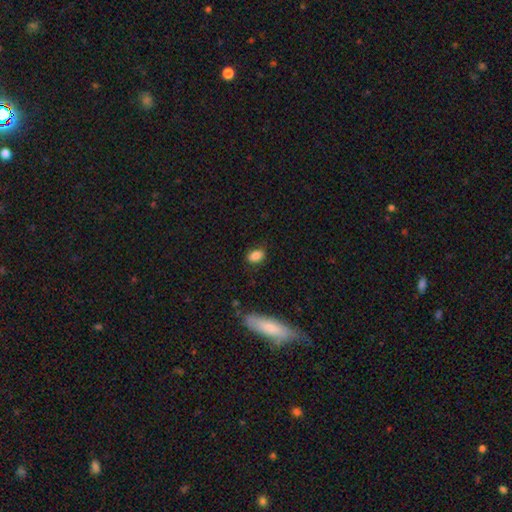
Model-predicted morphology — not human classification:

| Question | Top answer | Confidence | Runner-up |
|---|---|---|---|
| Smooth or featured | smooth | 85% | star or artifact (9%) |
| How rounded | in between | 82% | round (16%) |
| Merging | none | 82% | minor disturbance (14%) |